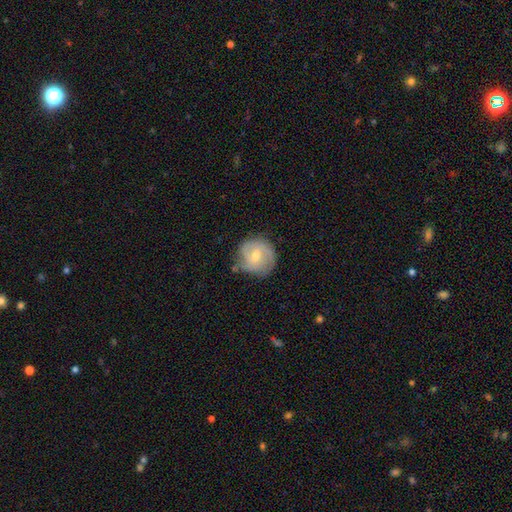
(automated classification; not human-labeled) The model was most divided on "bulge size": small: 50%, moderate: 46%, large: 2%, none: 1%, dominant: 1%. More confident: edge-on disk — no (97%); spiral arms — yes (81%); merging — none (65%); smooth or featured — featured or disk (56%); bar — weak (53%).